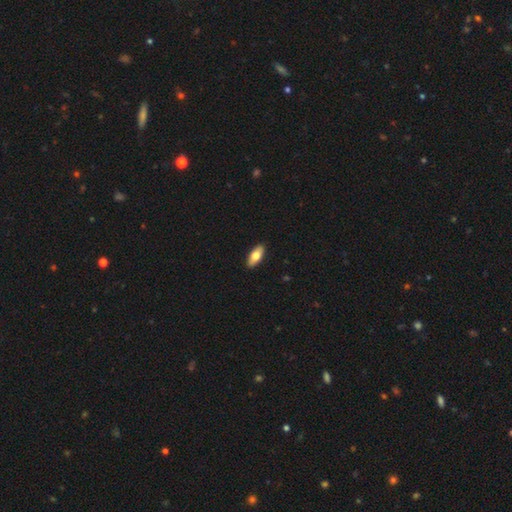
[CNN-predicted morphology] This is likely a smooth galaxy (76%). How rounded: clearly in between (85%). Merging: clearly none (91%).